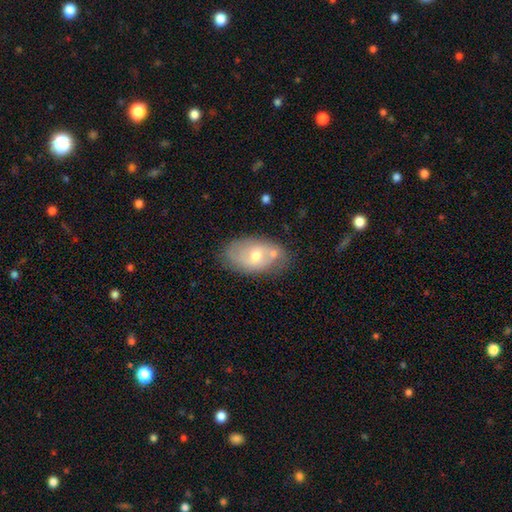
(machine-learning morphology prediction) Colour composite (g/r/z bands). It shows a smooth galaxy with no disk features (48%). Merging: none (61%).